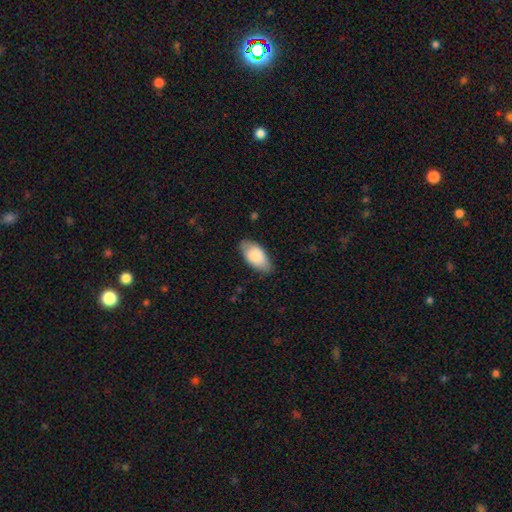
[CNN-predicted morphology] This appears to be a smooth galaxy with no disk features (82%) that is in between round and cigar-shaped (94%). Merging: none (73%).